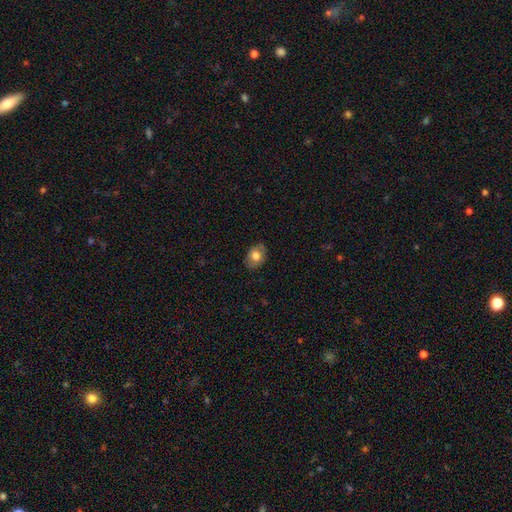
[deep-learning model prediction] This appears to be a smooth galaxy with no disk features (72%) that is in between round and cigar-shaped (69%). Merging: none (81%).